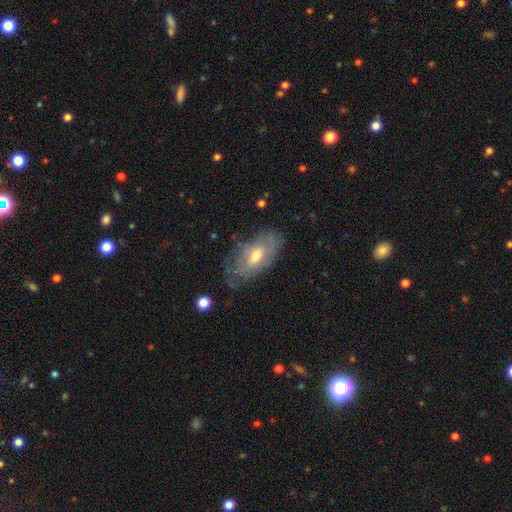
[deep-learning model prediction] Overall: featured or disk (53%; smooth 40%). Edge-on disk: no (87%). Merging: none (60%; minor disturbance 27%).